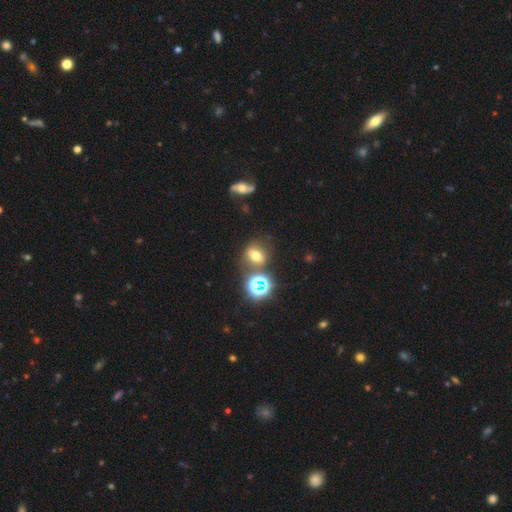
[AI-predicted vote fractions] smooth 56%, star or artifact 26%, featured or disk 18%. Down the decision tree: how rounded — round (51%); merging — none (66%).